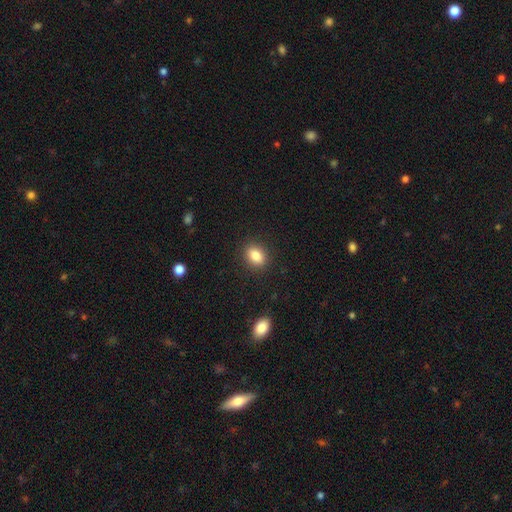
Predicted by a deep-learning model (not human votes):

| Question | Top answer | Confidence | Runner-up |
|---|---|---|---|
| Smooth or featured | smooth | 85% | star or artifact (9%) |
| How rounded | in between | 71% | round (28%) |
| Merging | none | 88% | minor disturbance (8%) |